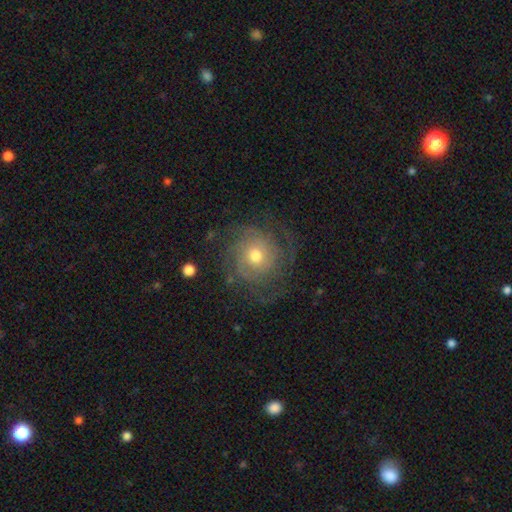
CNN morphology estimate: The model was most divided on "spiral arm count": can't tell: 36%, 2: 21%, 3: 20%, 4: 10%, 1: 7%, more than 4: 6%. More confident: edge-on disk — no (97%); spiral arms — yes (89%); bar — no (79%); smooth or featured — featured or disk (74%); merging — none (67%); bulge size — moderate (64%); spiral winding — tight (56%).